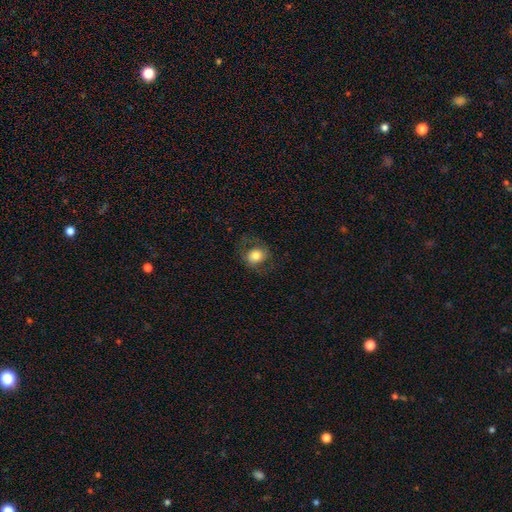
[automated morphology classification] A smooth galaxy with no disk features (70%) that is round (65%). Merging: none (70%).